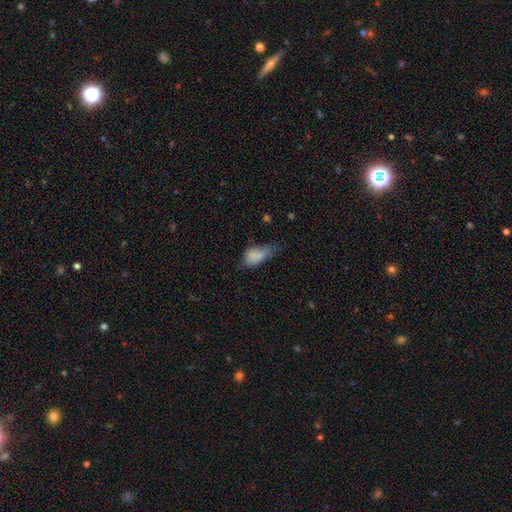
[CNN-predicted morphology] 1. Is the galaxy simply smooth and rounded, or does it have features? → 81% smooth, 10% featured or disk, 9% star or artifact.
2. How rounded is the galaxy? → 90% in between, 5% cigar-shaped, 5% round.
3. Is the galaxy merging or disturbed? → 42% minor disturbance, 27% major disturbance, 26% none, 4% merger.